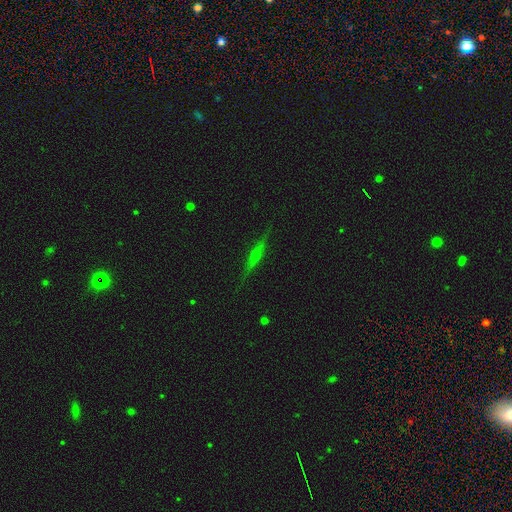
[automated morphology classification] This is likely a featured or disk galaxy (67%). It is clearly viewed edge-on (96%). Edge-on bulge: likely rounded (79%). Merging: clearly none (88%).